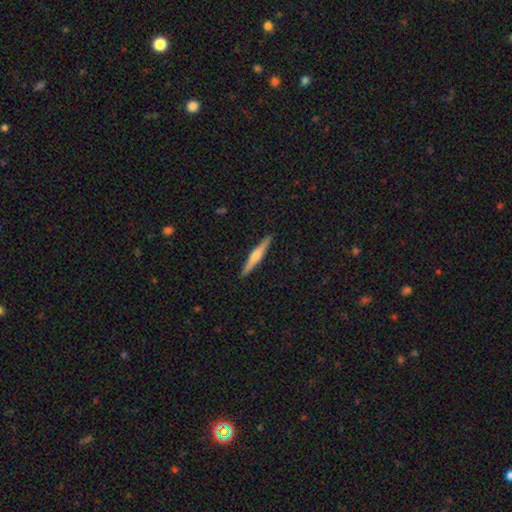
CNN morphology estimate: Smooth or featured? Predicted: featured or disk (p=0.60). Edge-on disk? Predicted: yes (p=0.98). Edge-on bulge? Predicted: rounded (p=0.75). Merging? Predicted: none (p=0.91).